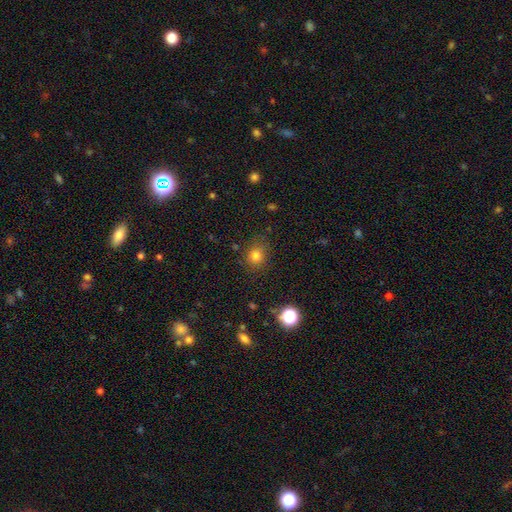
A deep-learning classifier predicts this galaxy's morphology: Smooth or featured? smooth (78%)
How rounded? round (74%)
Merging? none (82%)